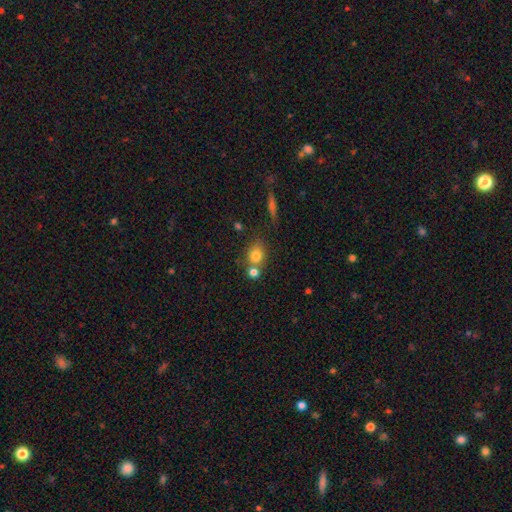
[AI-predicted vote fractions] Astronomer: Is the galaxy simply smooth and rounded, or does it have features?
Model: smooth — 78%.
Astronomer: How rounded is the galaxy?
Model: round — 64%.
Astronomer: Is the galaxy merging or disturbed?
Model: none — 56%.